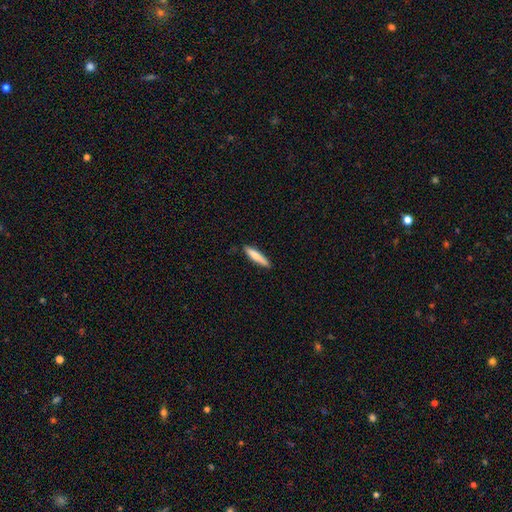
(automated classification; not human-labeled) smooth-or-featured: smooth: 77% | featured or disk: 18% | star or artifact: 5%
  how-rounded: cigar-shaped: 86% | in between: 12% | round: 1%
  merging: none: 86% | minor disturbance: 11% | major disturbance: 2% | merger: 1%